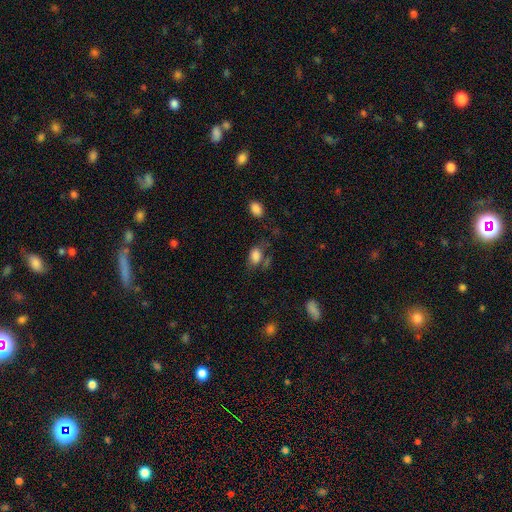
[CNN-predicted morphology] A smooth galaxy with no disk features (80%) that is in between round and cigar-shaped (82%).

Vote fractions:
- Smooth or featured? smooth: 80% / star or artifact: 10% / featured or disk: 9%
- How rounded? in between: 82% / round: 16% / cigar-shaped: 2%
- Merging? none: 48% / minor disturbance: 25% / major disturbance: 18% / merger: 10%